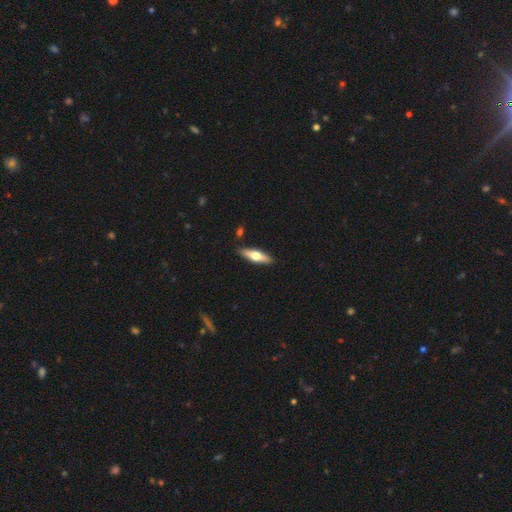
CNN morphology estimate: smooth-or-featured: smooth: 48% | featured or disk: 46% | star or artifact: 5%
  merging: none: 88% | minor disturbance: 8% | merger: 2% | major disturbance: 2%